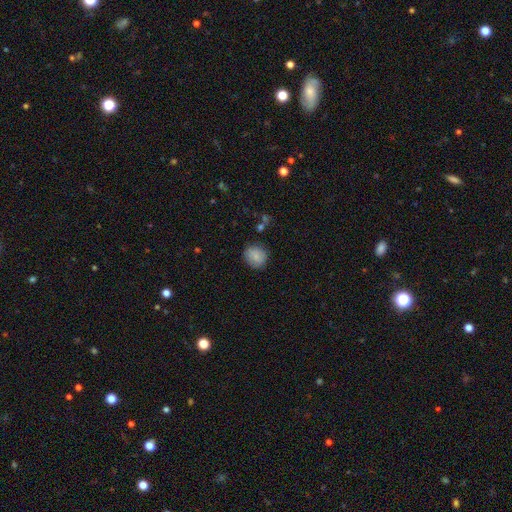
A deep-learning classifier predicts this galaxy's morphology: Q: Smooth or featured?
A: smooth (85%); runner-up: star or artifact (8%)
Q: How rounded?
A: round (86%); runner-up: in between (13%)
Q: Merging?
A: none (84%); runner-up: minor disturbance (11%)